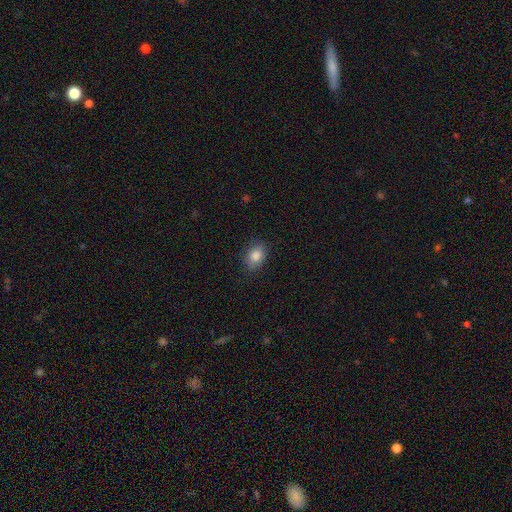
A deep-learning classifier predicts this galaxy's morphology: A smooth galaxy with no disk features (85%) that is in between round and cigar-shaped (74%). Merging: none (83%).